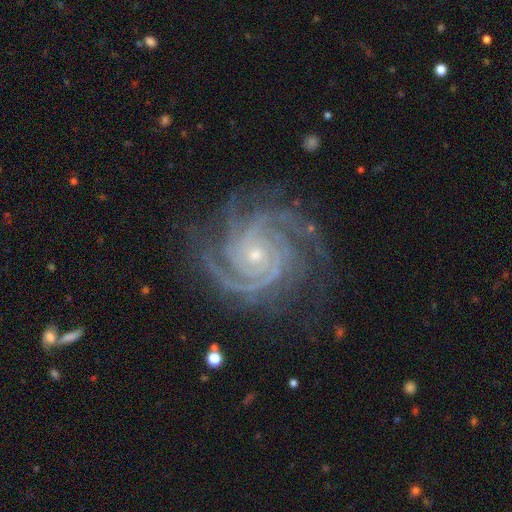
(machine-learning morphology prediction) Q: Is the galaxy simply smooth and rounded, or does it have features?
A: featured or disk — 93%.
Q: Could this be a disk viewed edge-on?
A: no — 98%.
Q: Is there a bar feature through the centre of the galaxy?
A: no — 75%.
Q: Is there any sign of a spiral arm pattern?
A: yes — 99%.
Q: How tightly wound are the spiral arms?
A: tight — 77%.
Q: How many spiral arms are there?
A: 4 — 29%, tied with 3.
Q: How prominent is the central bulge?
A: small — 72%.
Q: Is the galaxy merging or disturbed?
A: none — 75%.